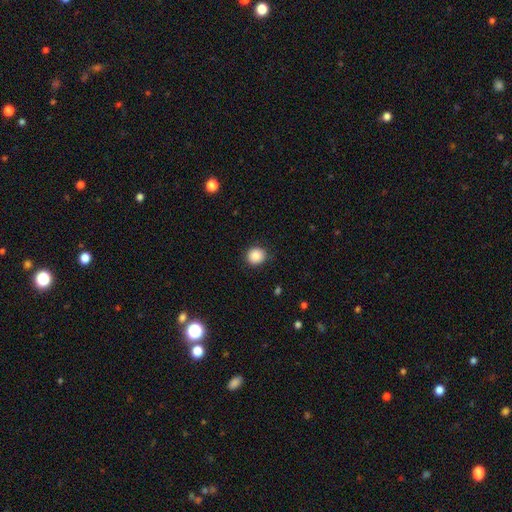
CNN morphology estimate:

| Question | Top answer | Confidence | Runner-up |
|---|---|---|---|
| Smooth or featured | smooth | 87% | star or artifact (9%) |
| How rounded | round | 88% | in between (11%) |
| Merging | none | 88% | minor disturbance (8%) |